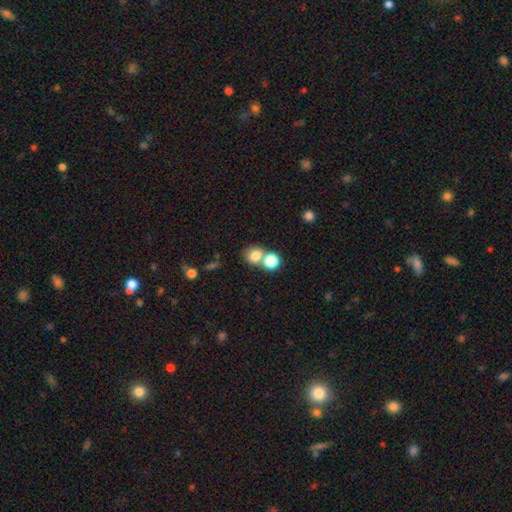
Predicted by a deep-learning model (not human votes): smooth_or_featured: smooth (p=0.77) [alt: star or artifact p=0.13]
how_rounded: round (p=0.72) [alt: in between p=0.27]
merging: none (p=0.46) [alt: merger p=0.42]